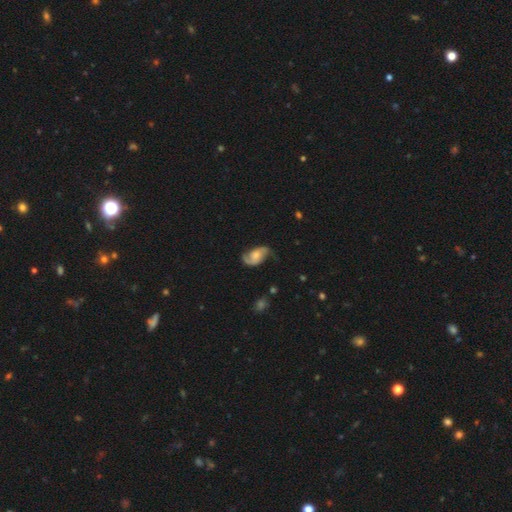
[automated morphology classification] Smooth or featured?
  - featured or disk: 71% *
  - smooth: 22%
  - star or artifact: 7%
Edge-on disk?
  - no: 96% *
  - yes: 4%
Bar?
  - no: 59% *
  - weak: 33%
  - strong: 8%
Spiral arms?
  - yes: 93% *
  - no: 7%
Spiral winding?
  - loose: 43% *
  - medium: 40%
  - tight: 17%
Spiral arm count?
  - 2: 86% *
  - can't tell: 6%
  - 1: 5%
  - 3: 1%
  - 4: 1%
  - more than 4: 1%
Bulge size?
  - moderate: 44% *
  - small: 33%
  - none: 11%
  - large: 11%
  - dominant: 2%
Merging?
  - none: 62% *
  - minor disturbance: 25%
  - major disturbance: 11%
  - merger: 2%